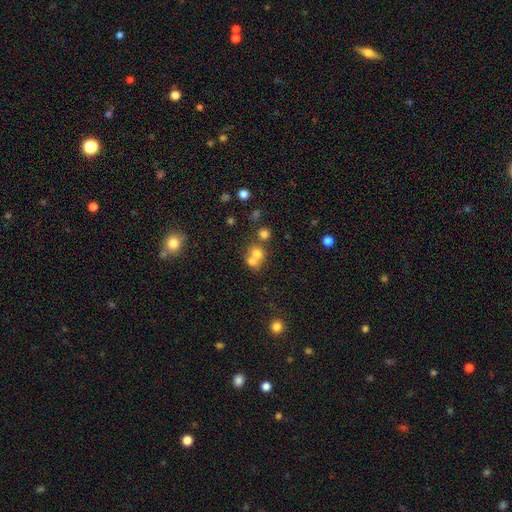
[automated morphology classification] A smooth galaxy with no disk features (69%) that is round (69%). Merging: merger (60%).